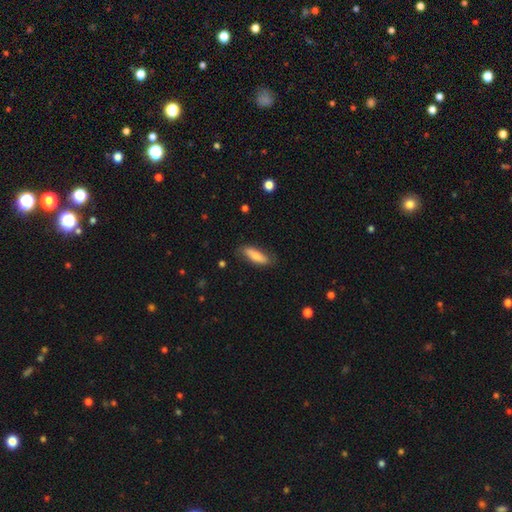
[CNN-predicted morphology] smooth-or-featured: smooth: 76% | featured or disk: 18% | star or artifact: 6%
  how-rounded: in between: 50% | cigar-shaped: 48% | round: 2%
  merging: none: 76% | minor disturbance: 18% | major disturbance: 4% | merger: 2%